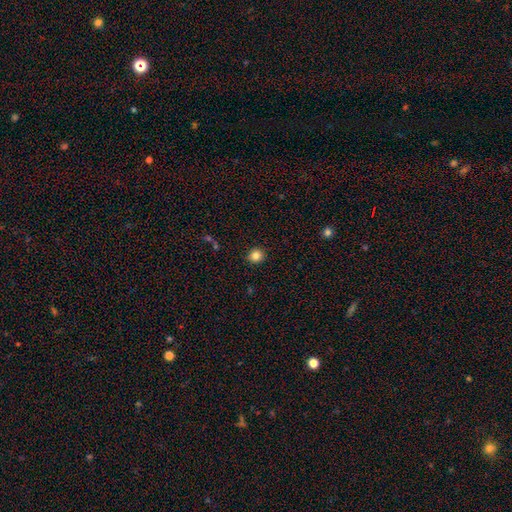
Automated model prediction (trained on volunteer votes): smooth 84%, star or artifact 11%, featured or disk 5%. Down the decision tree: how rounded — round (85%); merging — none (91%).